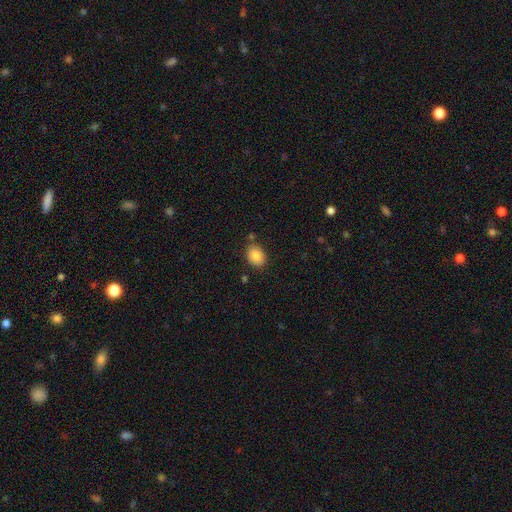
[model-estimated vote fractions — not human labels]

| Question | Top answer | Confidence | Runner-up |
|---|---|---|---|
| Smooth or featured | smooth | 85% | star or artifact (8%) |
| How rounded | in between | 67% | round (32%) |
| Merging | none | 81% | minor disturbance (12%) |